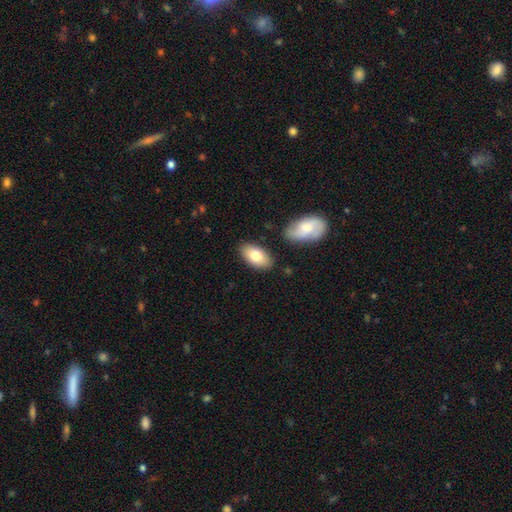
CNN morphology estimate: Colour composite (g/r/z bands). It shows a smooth galaxy with no disk features (76%) that is in between round and cigar-shaped (94%). Merging: none (82%).